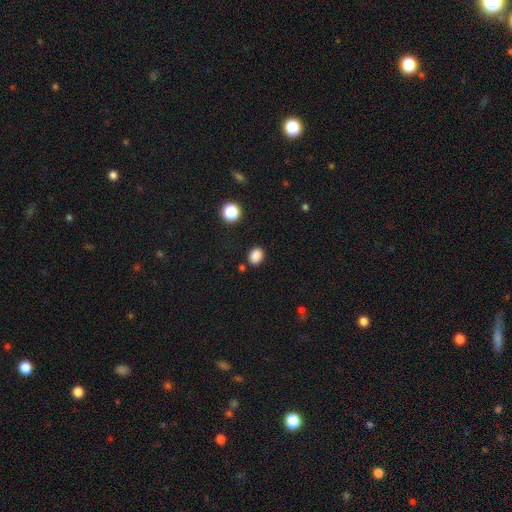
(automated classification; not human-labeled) Smooth or featured? smooth (86%)
How rounded? in between (60%)
Merging? none (84%)